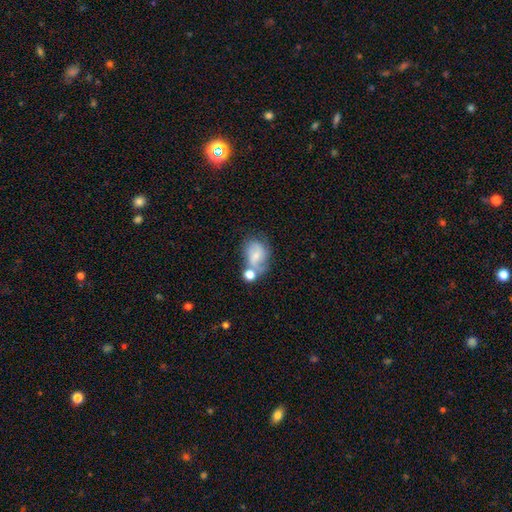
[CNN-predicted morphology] This is possibly a smooth galaxy (48%). Merging: marginally none (36%).